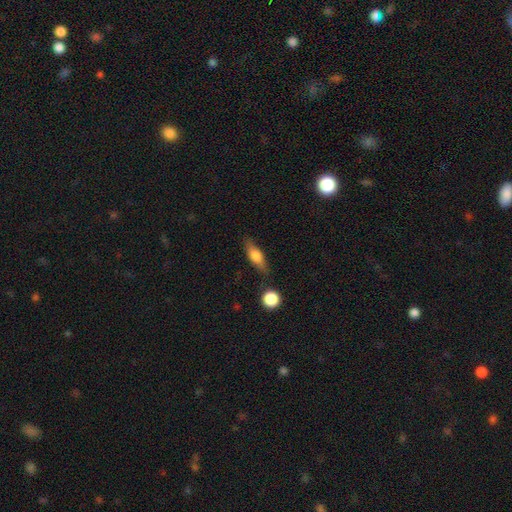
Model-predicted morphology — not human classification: The model was most divided on "how rounded": in between: 51%, cigar-shaped: 43%, round: 6%. More confident: merging — none (76%); smooth or featured — smooth (57%).